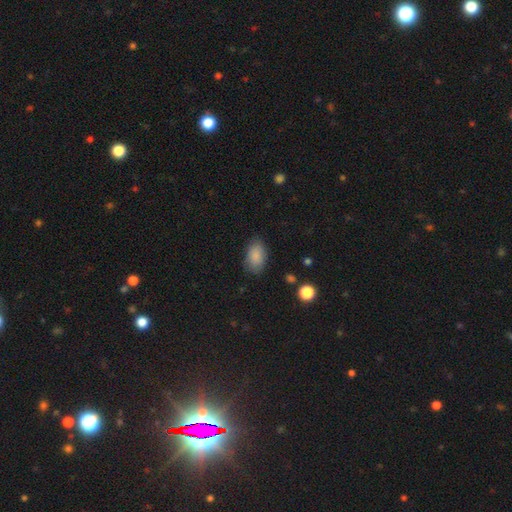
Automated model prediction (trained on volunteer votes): smooth-or-featured: smooth: 87% | star or artifact: 8% | featured or disk: 5%
  how-rounded: in between: 91% | round: 7% | cigar-shaped: 2%
  merging: none: 82% | minor disturbance: 13% | major disturbance: 3% | merger: 1%